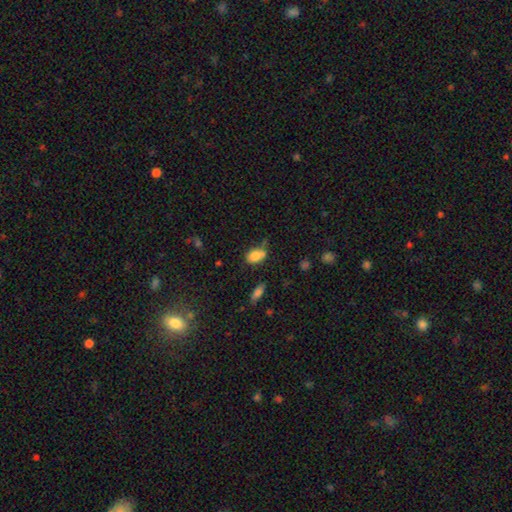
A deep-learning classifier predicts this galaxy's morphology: Smooth or featured?
  - smooth: 82% *
  - star or artifact: 9%
  - featured or disk: 8%
How rounded?
  - in between: 80% *
  - round: 18%
  - cigar-shaped: 2%
Merging?
  - none: 50% *
  - minor disturbance: 25%
  - merger: 17%
  - major disturbance: 8%